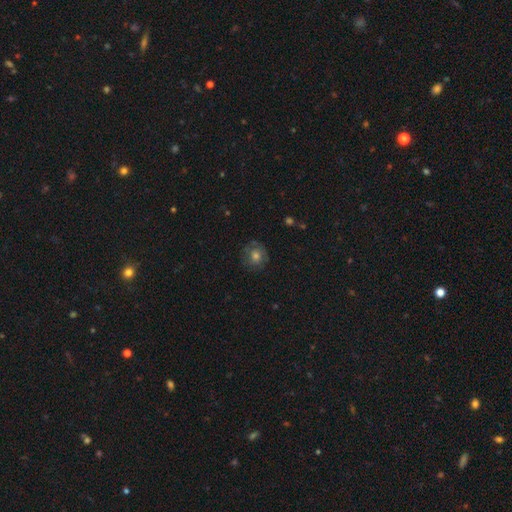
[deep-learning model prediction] Smooth or featured?
  - smooth: 57% *
  - featured or disk: 28%
  - star or artifact: 15%
How rounded?
  - round: 86% *
  - in between: 13%
  - cigar-shaped: 1%
Merging?
  - none: 77% *
  - minor disturbance: 15%
  - major disturbance: 6%
  - merger: 1%